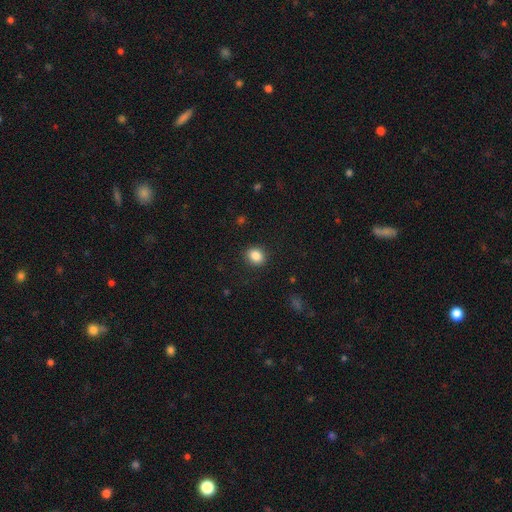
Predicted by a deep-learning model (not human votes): Q: Smooth or featured?
A: smooth (86%); runner-up: star or artifact (10%)
Q: How rounded?
A: round (64%); runner-up: in between (35%)
Q: Merging?
A: none (89%); runner-up: minor disturbance (8%)